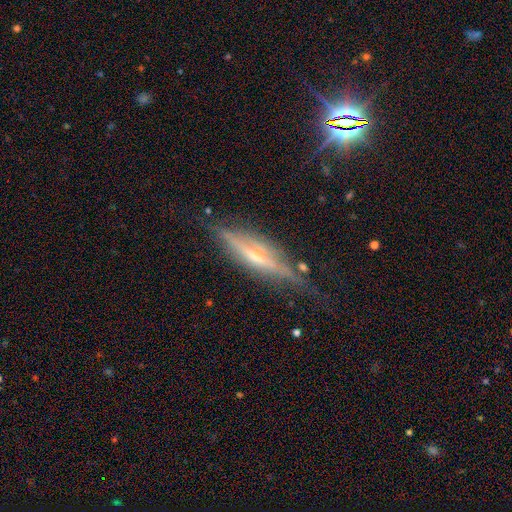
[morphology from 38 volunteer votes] Smooth or featured?
  - featured or disk: 74% *
  - smooth: 18%
  - star or artifact: 8%
Edge-on disk?
  - yes: 86% *
  - no: 14%
Edge-on bulge?
  - rounded: 75% *
  - boxy: 12%
  - none: 12%
Merging?
  - none: 49% *
  - minor disturbance: 37%
  - merger: 9%
  - major disturbance: 6%